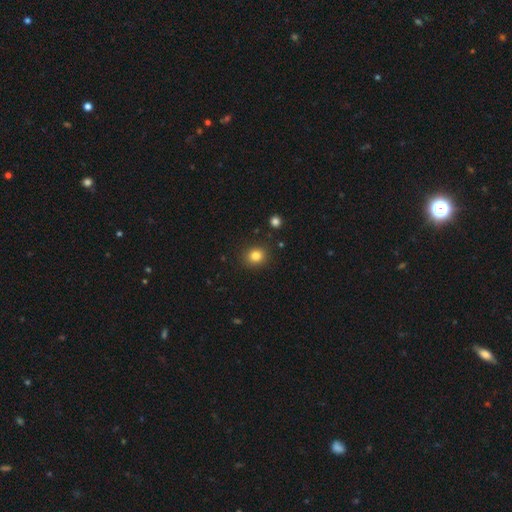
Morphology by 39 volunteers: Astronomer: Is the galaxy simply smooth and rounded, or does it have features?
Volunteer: smooth — 87%.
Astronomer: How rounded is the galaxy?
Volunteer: round — 71%.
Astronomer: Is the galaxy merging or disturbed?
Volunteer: none — 92%.